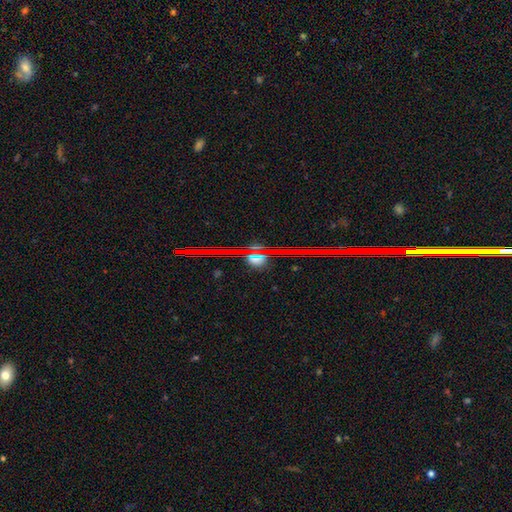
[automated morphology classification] Overall: star or artifact (61%; smooth 23%).